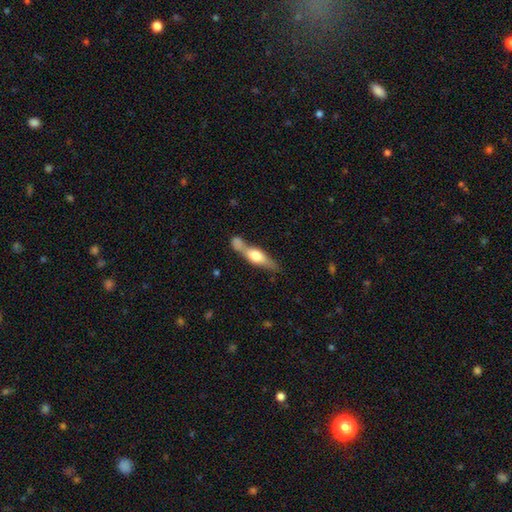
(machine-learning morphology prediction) smooth_or_featured: featured or disk (p=0.52) [alt: smooth p=0.42]
disk_edge_on: yes (p=0.87) [alt: no p=0.13]
merging: none (p=0.48) [alt: merger p=0.34]